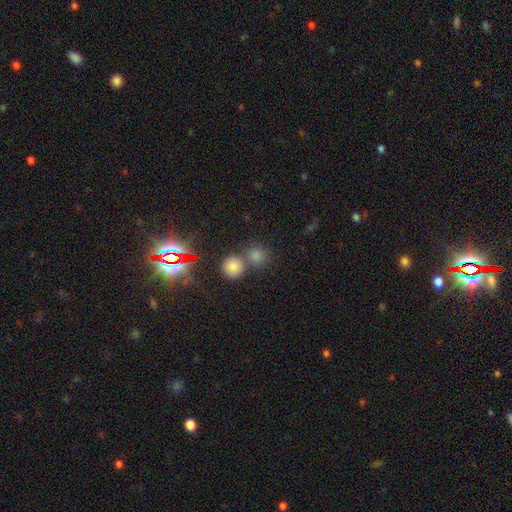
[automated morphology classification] The model was most divided on "smooth or featured": smooth: 58%, star or artifact: 34%, featured or disk: 8%. More confident: how rounded — round (86%); merging — none (60%).